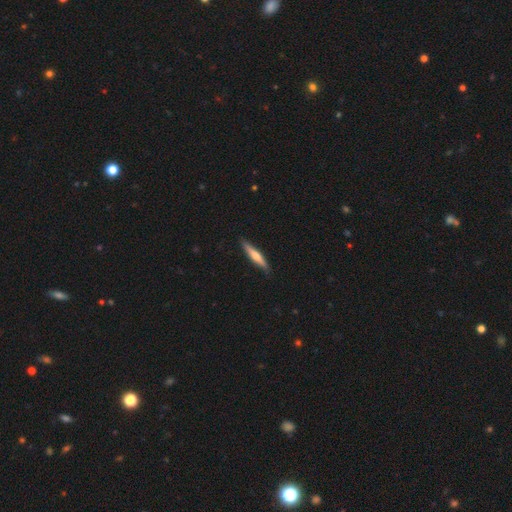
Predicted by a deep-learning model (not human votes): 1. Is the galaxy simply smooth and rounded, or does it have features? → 51% smooth, 44% featured or disk, 5% star or artifact.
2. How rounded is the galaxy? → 90% cigar-shaped, 8% in between, 1% round.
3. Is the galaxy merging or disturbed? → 88% none, 9% minor disturbance, 2% major disturbance, 1% merger.